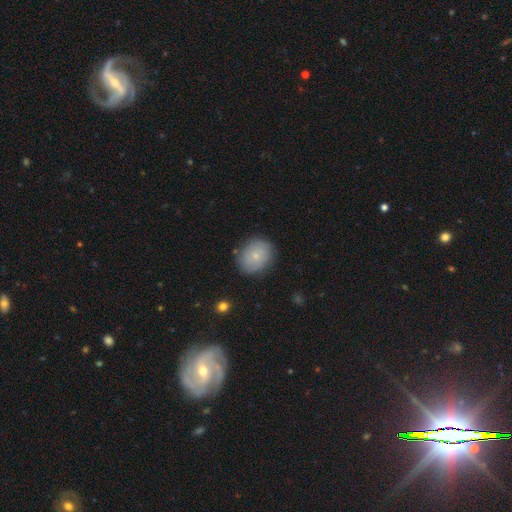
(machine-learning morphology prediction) This appears to be a smooth galaxy with no disk features (68%) that is round (54%). Merging: none (80%).